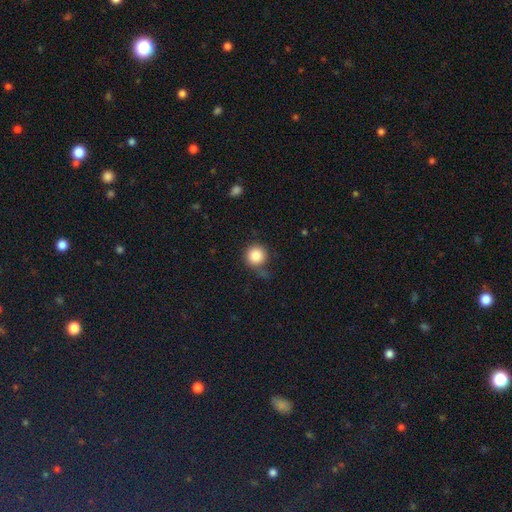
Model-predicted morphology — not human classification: smooth 84%, star or artifact 10%, featured or disk 6%. Down the decision tree: how rounded — round (94%); merging — none (71%).